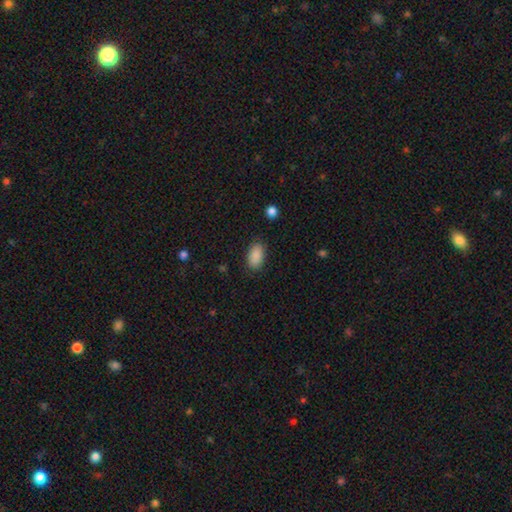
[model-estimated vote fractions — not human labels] Smooth or featured: smooth — 89% (star or artifact — 7%)
How rounded: in between — 93% (round — 5%)
Merging: none — 85% (minor disturbance — 11%)